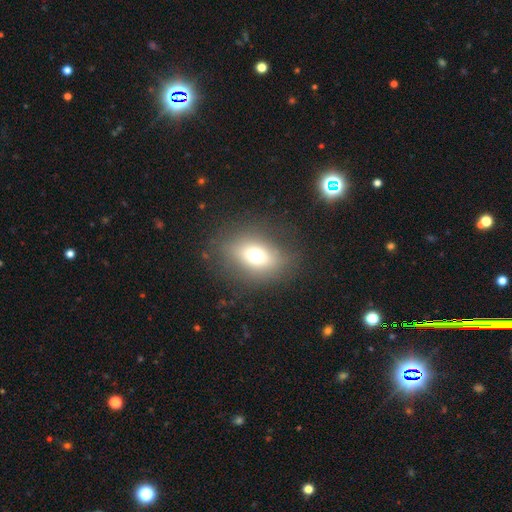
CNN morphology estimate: Smooth or featured? smooth (67%)
How rounded? in between (61%)
Merging? none (79%)